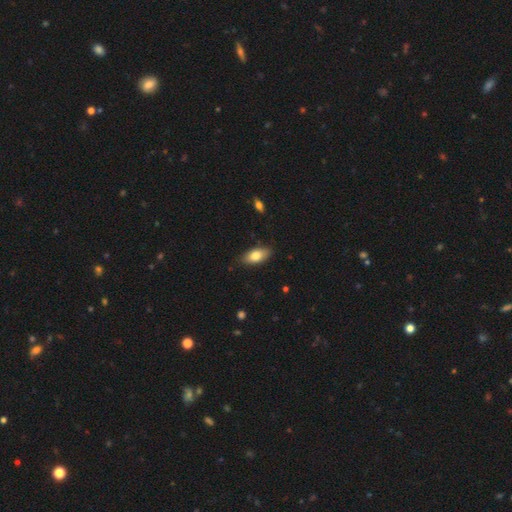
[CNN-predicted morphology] A smooth galaxy with no disk features (78%) that is in between round and cigar-shaped (87%).

Vote fractions:
- Smooth or featured? smooth: 78% / featured or disk: 15% / star or artifact: 7%
- How rounded? in between: 87% / cigar-shaped: 10% / round: 3%
- Merging? none: 84% / minor disturbance: 13% / major disturbance: 2% / merger: 1%